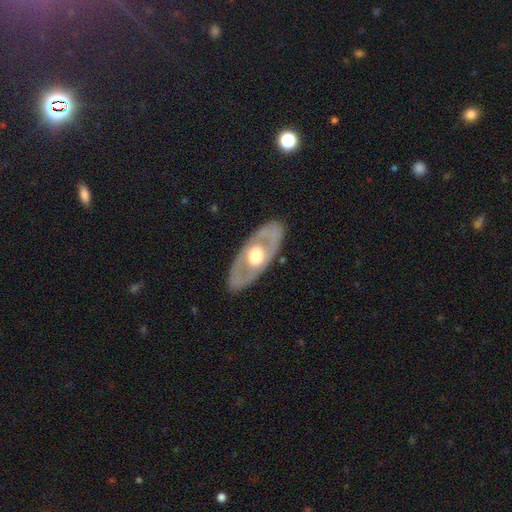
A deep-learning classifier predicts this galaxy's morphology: smooth_or_featured: featured or disk (p=0.65) [alt: smooth p=0.31]
disk_edge_on: no (p=0.80) [alt: yes p=0.20]
bar: no (p=0.85) [alt: weak p=0.11]
has_spiral_arms: no (p=0.80) [alt: yes p=0.20]
bulge_size: moderate (p=0.61) [alt: large p=0.32]
merging: none (p=0.85) [alt: minor disturbance p=0.11]